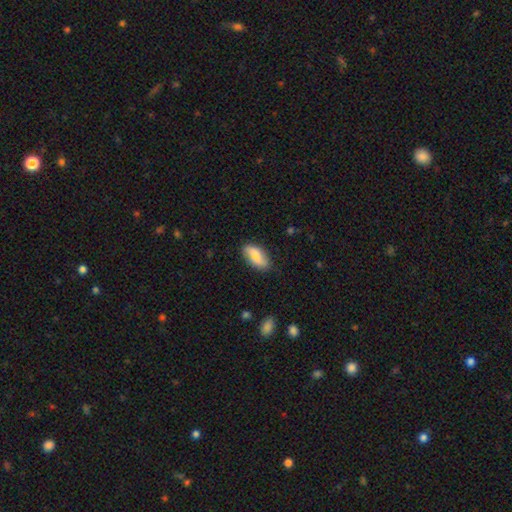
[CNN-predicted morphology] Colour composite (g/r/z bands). It shows a smooth galaxy with no disk features (70%) that is in between round and cigar-shaped (88%). Merging: none (76%).